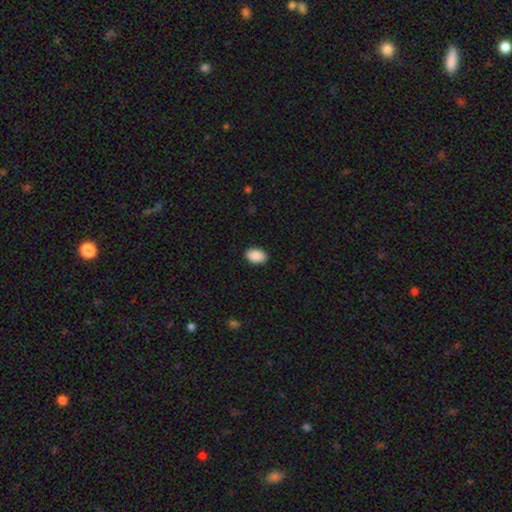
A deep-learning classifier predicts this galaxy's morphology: Q: Smooth or featured?
A: smooth (91%); runner-up: star or artifact (7%)
Q: How rounded?
A: in between (88%); runner-up: round (11%)
Q: Merging?
A: none (90%); runner-up: minor disturbance (7%)